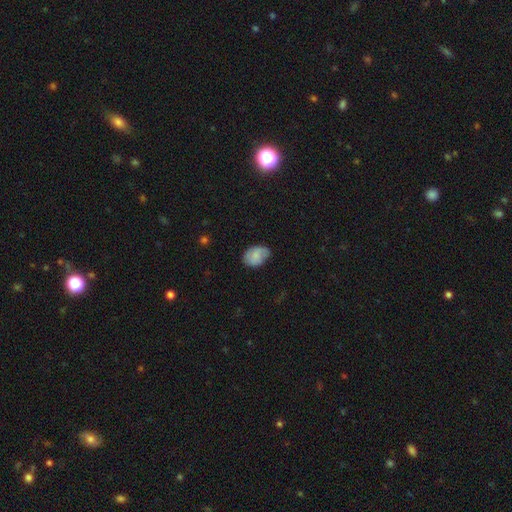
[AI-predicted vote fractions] smooth_or_featured: smooth (p=0.75) [alt: featured or disk p=0.17]
how_rounded: in between (p=0.80) [alt: round p=0.19]
merging: none (p=0.65) [alt: minor disturbance p=0.28]